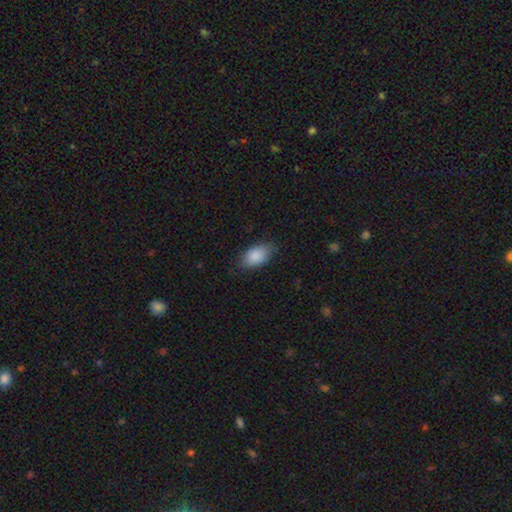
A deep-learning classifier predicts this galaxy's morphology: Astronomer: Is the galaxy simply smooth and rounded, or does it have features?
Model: smooth — 88%.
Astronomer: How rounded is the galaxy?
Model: in between — 93%.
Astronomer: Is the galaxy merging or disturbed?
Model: none — 78%.